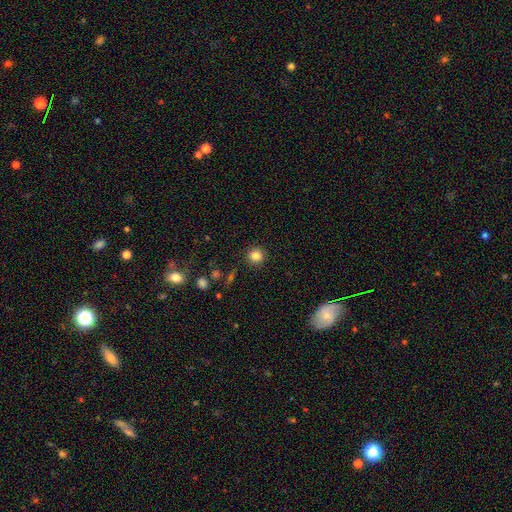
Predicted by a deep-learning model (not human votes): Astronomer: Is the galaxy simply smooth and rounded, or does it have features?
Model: smooth — 83%.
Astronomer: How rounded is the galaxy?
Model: round — 92%.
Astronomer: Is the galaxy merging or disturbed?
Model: none — 91%.